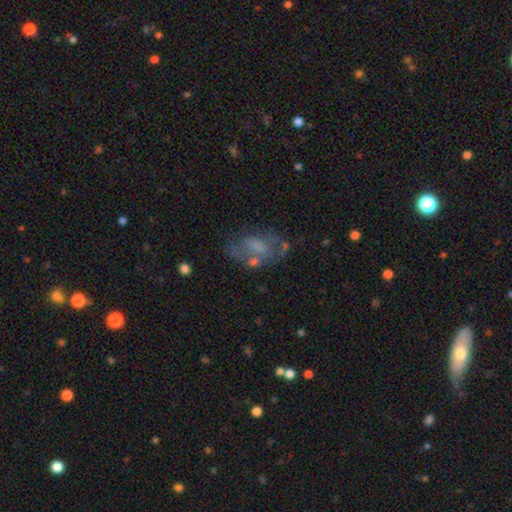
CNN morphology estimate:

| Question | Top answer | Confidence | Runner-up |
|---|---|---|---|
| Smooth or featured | featured or disk | 61% | smooth (27%) |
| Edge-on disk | no | 95% | yes (5%) |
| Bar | no | 58% | weak (34%) |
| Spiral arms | yes | 59% | no (41%) |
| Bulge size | none | 34% | moderate (29%) |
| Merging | none | 50% | minor disturbance (22%) |